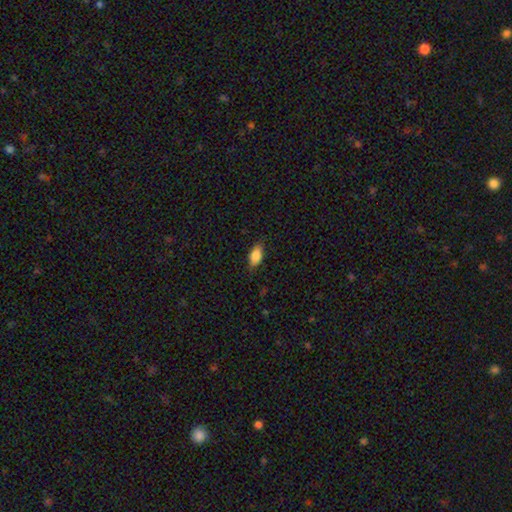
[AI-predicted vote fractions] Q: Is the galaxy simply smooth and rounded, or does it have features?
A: smooth — 86%.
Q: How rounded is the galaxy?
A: in between — 89%.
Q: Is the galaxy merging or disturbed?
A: none — 82%.